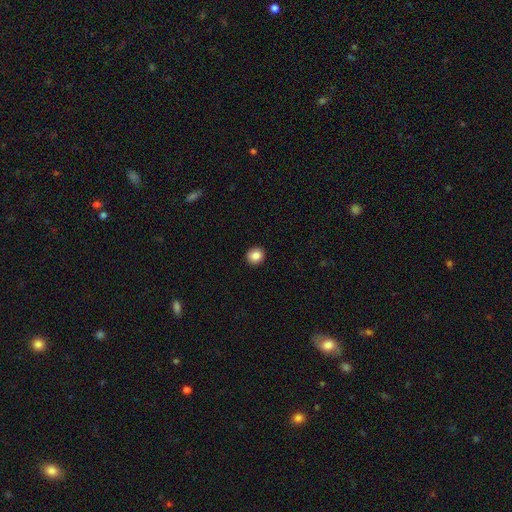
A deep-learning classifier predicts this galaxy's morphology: Q: Smooth or featured?
A: smooth (86%); runner-up: star or artifact (9%)
Q: How rounded?
A: round (85%); runner-up: in between (14%)
Q: Merging?
A: none (93%); runner-up: minor disturbance (5%)